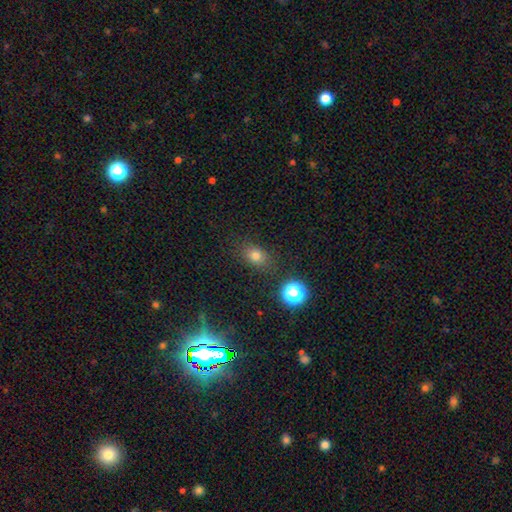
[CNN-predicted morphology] type=smooth (74%); roundness=in between (60%); merging=none (83%).